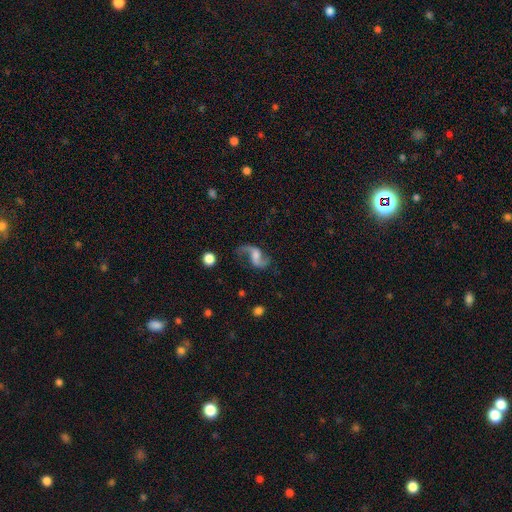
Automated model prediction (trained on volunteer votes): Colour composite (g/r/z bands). It shows a featured or disk galaxy (86%) with a weak bar (43%), 2 (92%) loose (83%) spiral arms (96%) and a moderate central bulge (31%). Merging: none (70%).